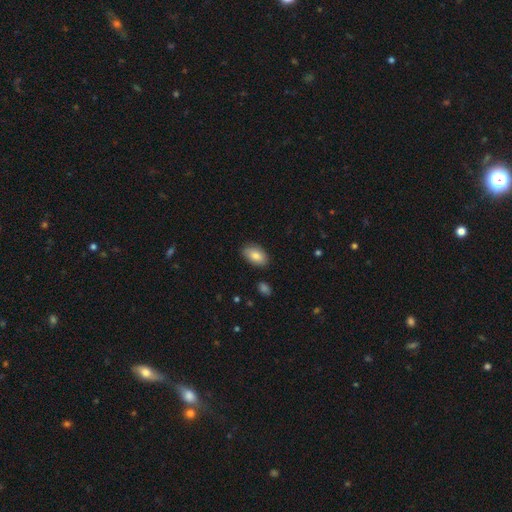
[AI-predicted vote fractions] This appears to be a smooth galaxy with no disk features (82%) that is in between round and cigar-shaped (93%). Merging: none (85%).